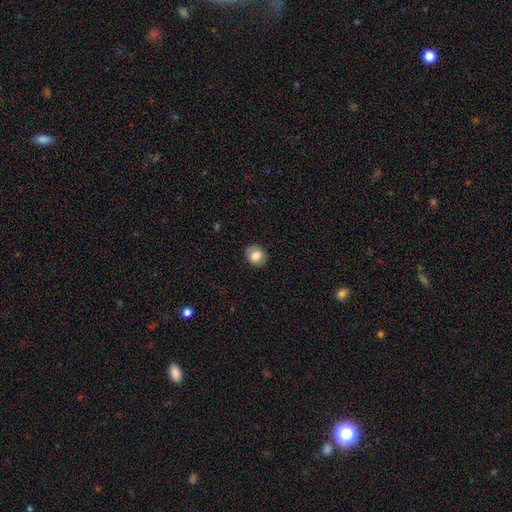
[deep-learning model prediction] Smooth or featured? smooth (83%)
How rounded? round (73%)
Merging? none (87%)